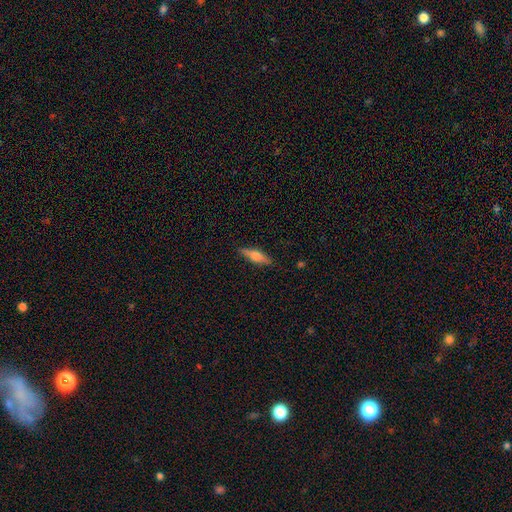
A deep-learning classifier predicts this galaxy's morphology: A smooth galaxy with no disk features (52%) that is cigar-shaped (58%).

Vote fractions:
- Smooth or featured? smooth: 52% / featured or disk: 41% / star or artifact: 6%
- How rounded? cigar-shaped: 58% / in between: 39% / round: 3%
- Merging? none: 86% / minor disturbance: 10% / major disturbance: 2% / merger: 1%